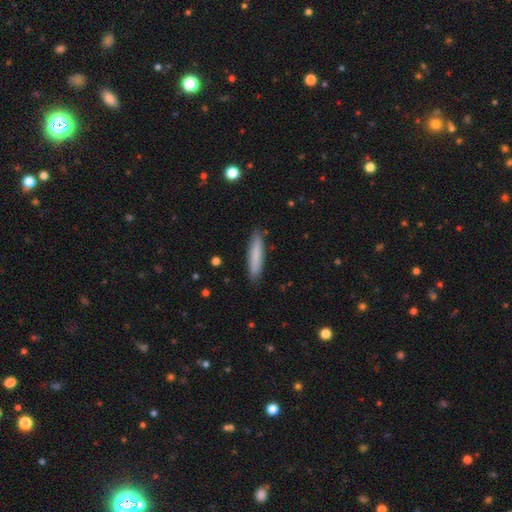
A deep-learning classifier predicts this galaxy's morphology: Smooth or featured: smooth — 81% (featured or disk — 14%)
How rounded: cigar-shaped — 87% (in between — 12%)
Merging: none — 88% (minor disturbance — 9%)